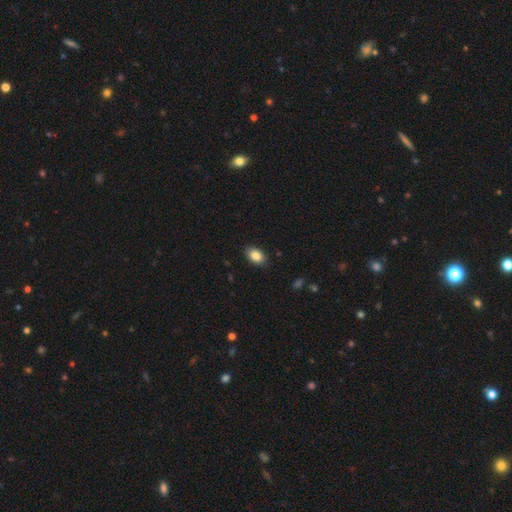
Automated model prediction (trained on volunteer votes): This is clearly a smooth galaxy (87%). How rounded: clearly in between (87%). Merging: clearly none (86%).